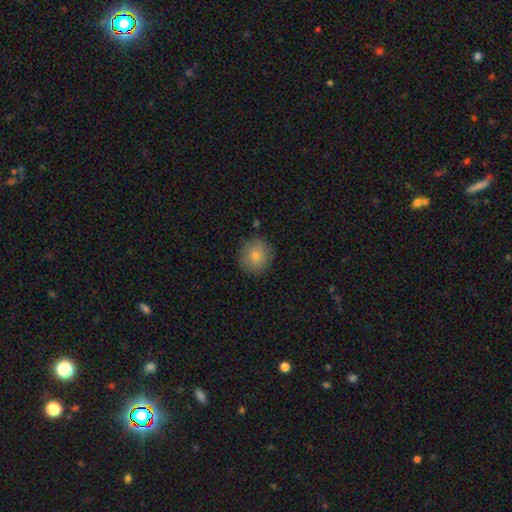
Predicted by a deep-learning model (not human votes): The model was most divided on "smooth or featured": smooth: 78%, star or artifact: 11%, featured or disk: 11%. More confident: how rounded — round (92%); merging — none (87%).